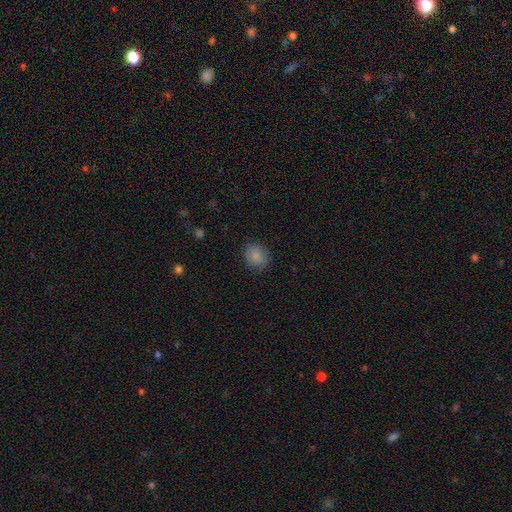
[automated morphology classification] This is clearly a smooth galaxy (86%). How rounded: likely round (66%). Merging: clearly none (84%).